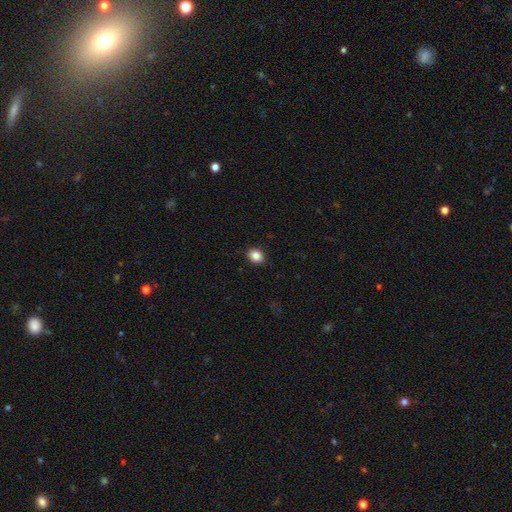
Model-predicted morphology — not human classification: The model was most divided on "how rounded": round: 54%, in between: 45%, cigar-shaped: 1%. More confident: merging — none (91%); smooth or featured — smooth (87%).